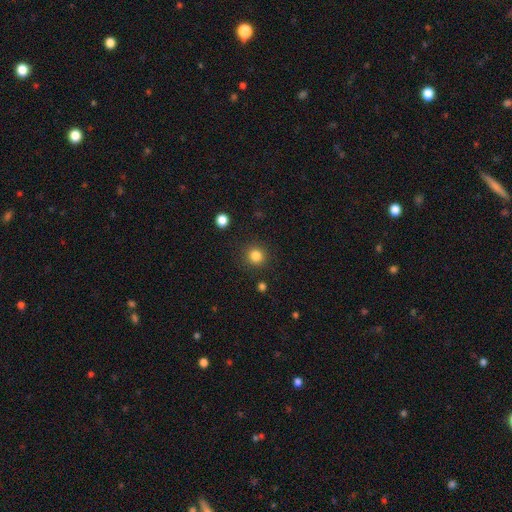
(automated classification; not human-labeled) A smooth galaxy with no disk features (83%) that is round (92%).

Vote fractions:
- Smooth or featured? smooth: 83% / star or artifact: 12% / featured or disk: 5%
- How rounded? round: 92% / in between: 7% / cigar-shaped: 1%
- Merging? none: 89% / minor disturbance: 6% / major disturbance: 3% / merger: 2%